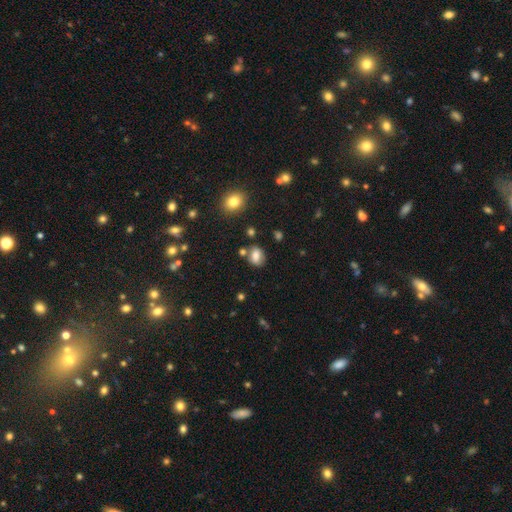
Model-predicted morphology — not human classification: A smooth galaxy with no disk features (76%) that is in between round and cigar-shaped (61%). Merging: none (72%).